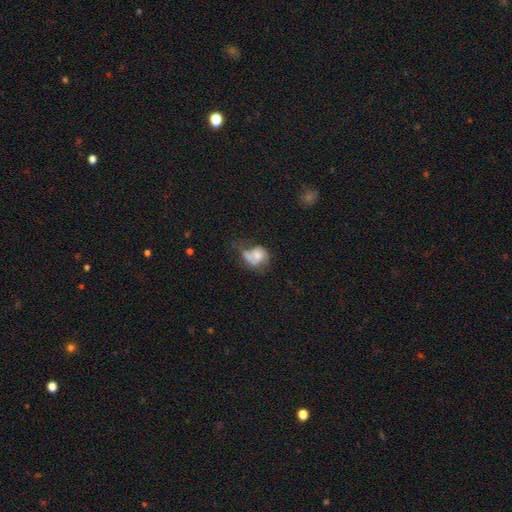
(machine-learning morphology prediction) Smooth or featured?
  - smooth: 47% *
  - featured or disk: 44%
  - star or artifact: 9%
Merging?
  - major disturbance: 31% *
  - none: 25%
  - minor disturbance: 24%
  - merger: 20%